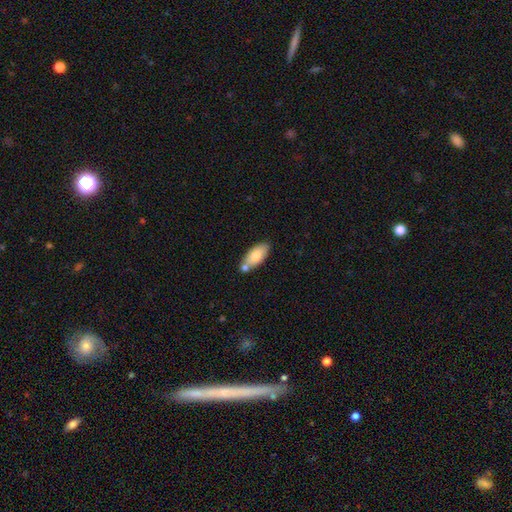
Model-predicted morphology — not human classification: Smooth or featured? smooth (74%)
How rounded? in between (89%)
Merging? none (61%)